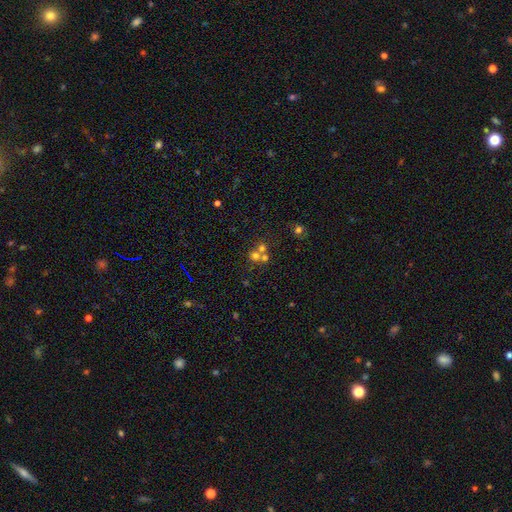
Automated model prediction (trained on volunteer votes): Q: Smooth or featured?
A: smooth (58%); runner-up: star or artifact (24%)
Q: How rounded?
A: round (84%); runner-up: in between (15%)
Q: Merging?
A: merger (46%); runner-up: none (44%)